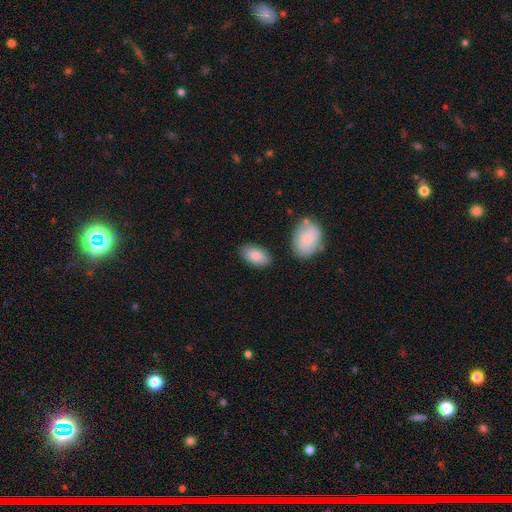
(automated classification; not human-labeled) Q: Smooth or featured?
A: smooth (84%); runner-up: featured or disk (10%)
Q: How rounded?
A: in between (94%); runner-up: round (3%)
Q: Merging?
A: none (80%); runner-up: minor disturbance (12%)